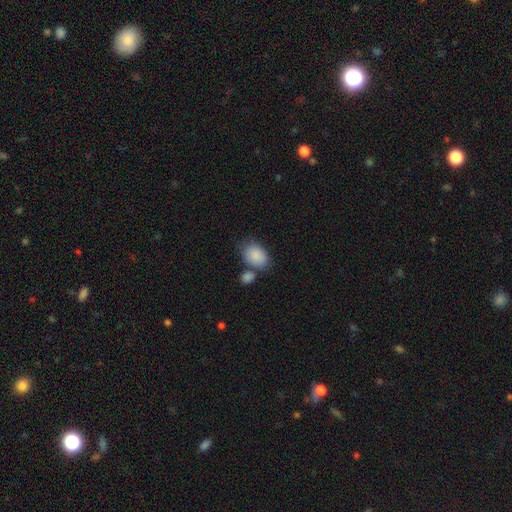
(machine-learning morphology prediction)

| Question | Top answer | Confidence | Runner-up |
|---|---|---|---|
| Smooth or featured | smooth | 88% | star or artifact (7%) |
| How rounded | in between | 82% | round (17%) |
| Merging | none | 55% | merger (22%) |